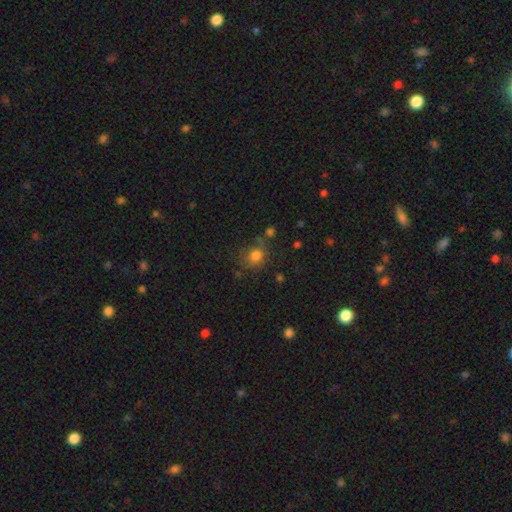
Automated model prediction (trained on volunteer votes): A smooth galaxy with no disk features (79%) that is round (81%).

Vote fractions:
- Smooth or featured? smooth: 79% / star or artifact: 13% / featured or disk: 8%
- How rounded? round: 81% / in between: 18% / cigar-shaped: 1%
- Merging? none: 68% / minor disturbance: 17% / merger: 7% / major disturbance: 7%